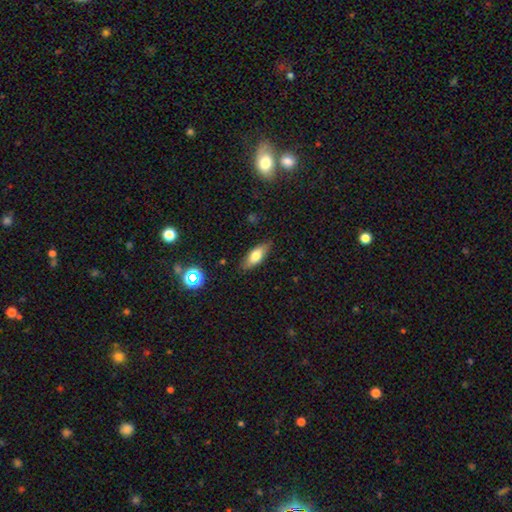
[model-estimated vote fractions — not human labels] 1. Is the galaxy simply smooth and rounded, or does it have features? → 71% smooth, 21% featured or disk, 8% star or artifact.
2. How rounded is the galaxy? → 72% in between, 25% cigar-shaped, 3% round.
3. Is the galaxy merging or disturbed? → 85% none, 12% minor disturbance, 2% major disturbance, 1% merger.